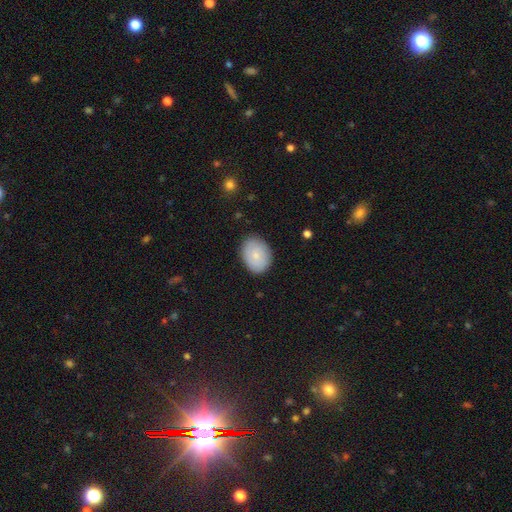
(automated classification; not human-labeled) smooth 77%, featured or disk 16%, star or artifact 6%. Down the decision tree: how rounded — in between (64%); merging — none (84%).